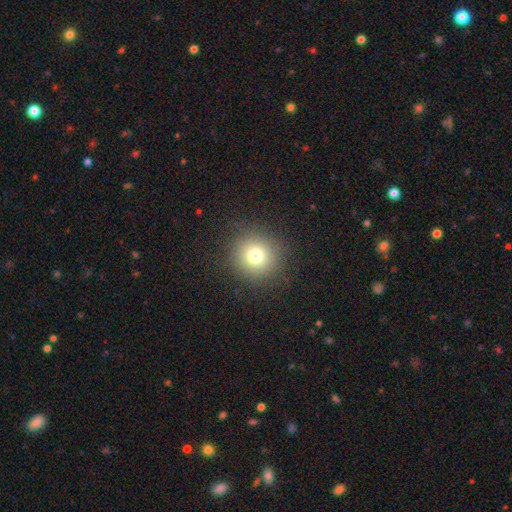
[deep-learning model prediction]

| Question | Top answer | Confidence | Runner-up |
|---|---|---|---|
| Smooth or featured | smooth | 76% | star or artifact (15%) |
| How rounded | round | 94% | in between (5%) |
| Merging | none | 89% | minor disturbance (7%) |